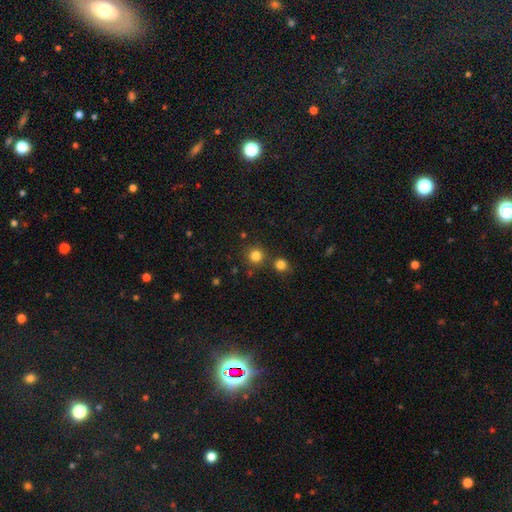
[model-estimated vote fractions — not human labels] A smooth galaxy with no disk features (81%) that is round (94%).

Vote fractions:
- Smooth or featured? smooth: 81% / star or artifact: 14% / featured or disk: 5%
- How rounded? round: 94% / in between: 5% / cigar-shaped: 1%
- Merging? none: 80% / merger: 11% / minor disturbance: 6% / major disturbance: 2%